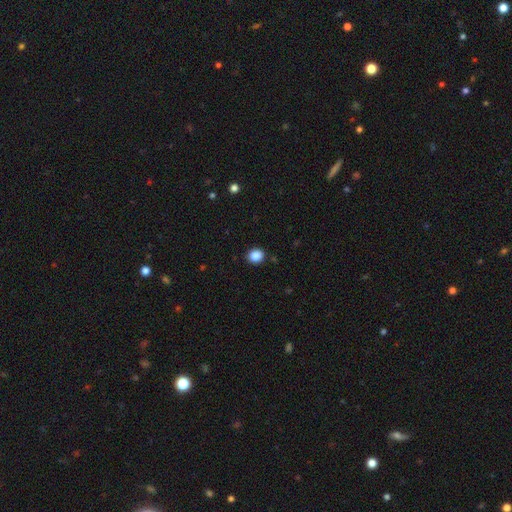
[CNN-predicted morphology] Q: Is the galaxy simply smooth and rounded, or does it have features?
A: smooth — 88%.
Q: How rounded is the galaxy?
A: round — 72%.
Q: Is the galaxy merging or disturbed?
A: none — 90%.